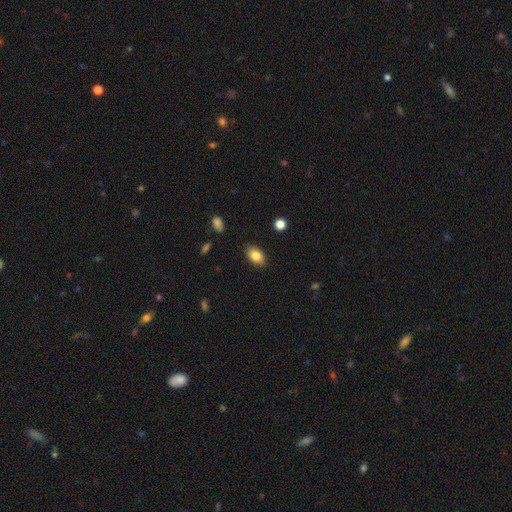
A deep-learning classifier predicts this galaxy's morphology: Smooth or featured? Predicted: smooth (p=0.83). How rounded? Predicted: in between (p=0.87). Merging? Predicted: none (p=0.86).